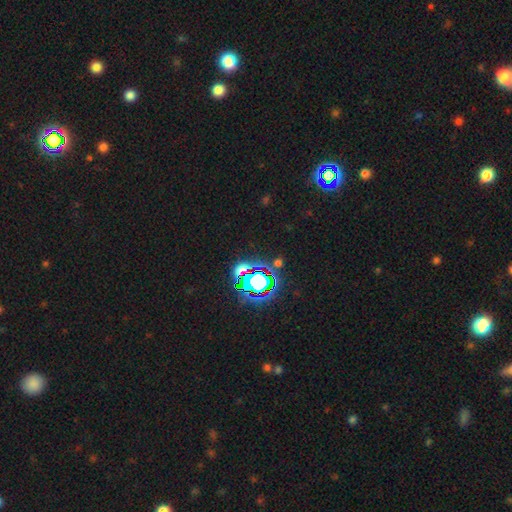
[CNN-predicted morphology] type=star or artifact (83%).